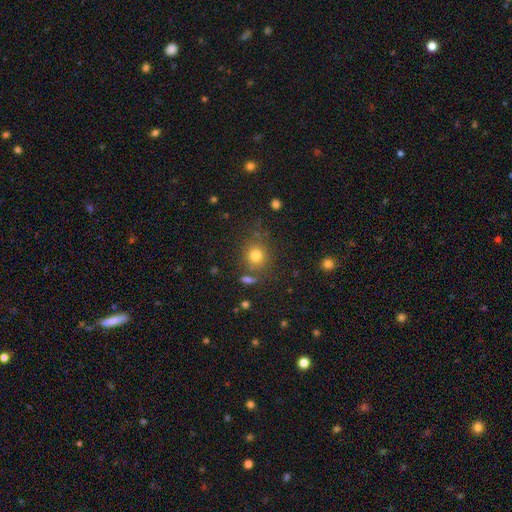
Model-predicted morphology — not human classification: Smooth or featured? Predicted: smooth (p=0.79). How rounded? Predicted: round (p=0.85). Merging? Predicted: none (p=0.76).